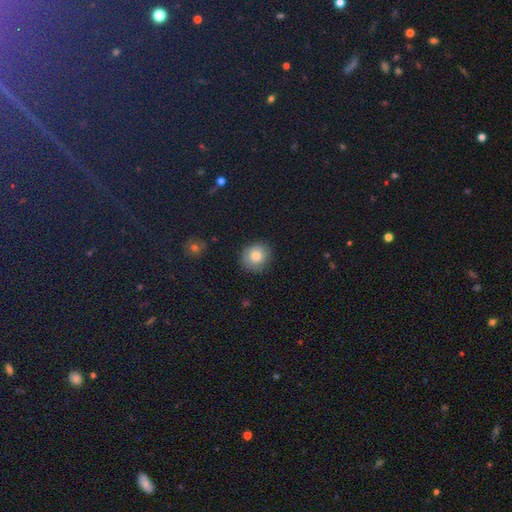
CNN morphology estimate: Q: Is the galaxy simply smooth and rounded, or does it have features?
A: smooth — 80%.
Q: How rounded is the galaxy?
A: round — 85%.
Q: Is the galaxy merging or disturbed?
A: none — 83%.